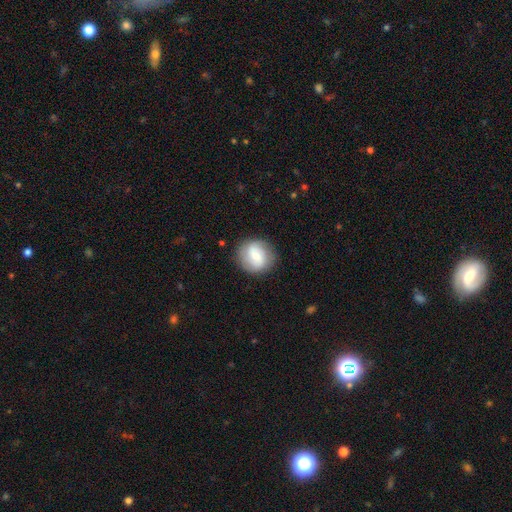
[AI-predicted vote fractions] The model was most divided on "smooth or featured": smooth: 55%, featured or disk: 38%, star or artifact: 7%. More confident: merging — none (84%); how rounded — round (84%).